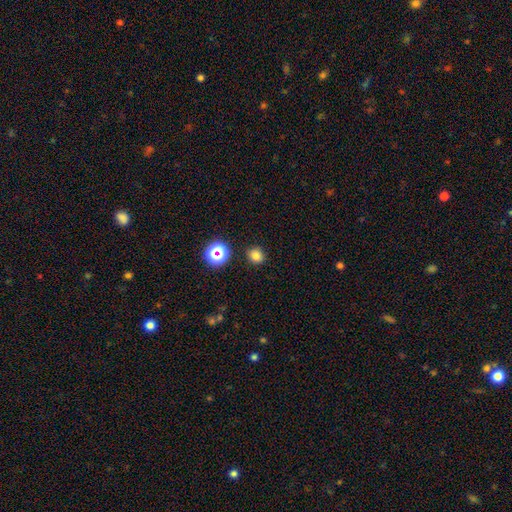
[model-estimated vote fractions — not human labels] Overall: smooth (78%). How rounded: round (76%). Merging: none (88%).